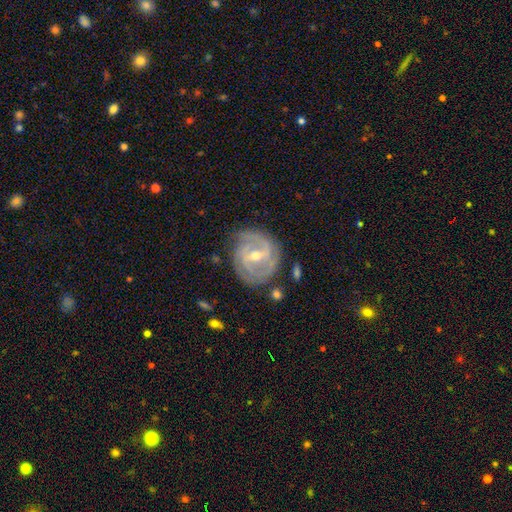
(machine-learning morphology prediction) Smooth or featured? Predicted: featured or disk (p=0.88). Edge-on disk? Predicted: no (p=0.97). Bar? Predicted: weak (p=0.50). Spiral arms? Predicted: yes (p=0.96). Spiral winding? Predicted: tight (p=0.58). Spiral arm count? Predicted: 2 (p=0.56). Bulge size? Predicted: moderate (p=0.57). Merging? Predicted: none (p=0.76).